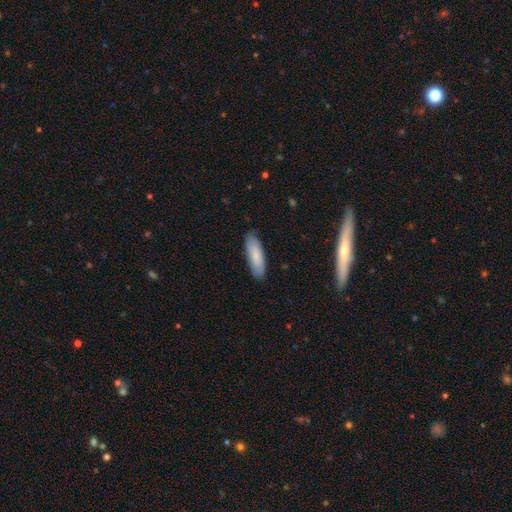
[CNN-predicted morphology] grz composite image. It shows a smooth galaxy with no disk features (81%) that is in between round and cigar-shaped (58%). Merging: none (85%).